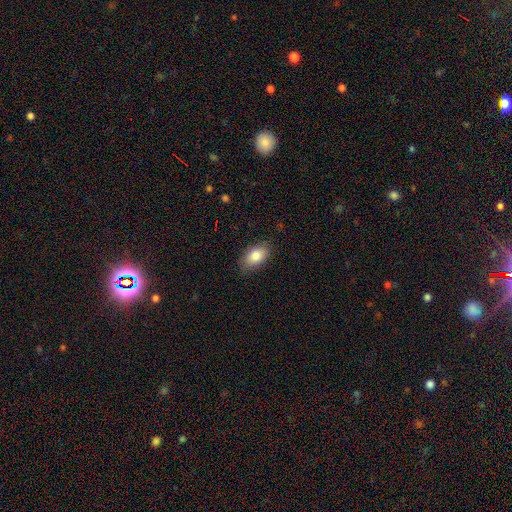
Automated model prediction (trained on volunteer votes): A smooth galaxy with no disk features (83%) that is in between round and cigar-shaped (92%).

Vote fractions:
- Smooth or featured? smooth: 83% / featured or disk: 10% / star or artifact: 7%
- How rounded? in between: 92% / round: 6% / cigar-shaped: 3%
- Merging? none: 83% / minor disturbance: 14% / major disturbance: 3% / merger: 1%